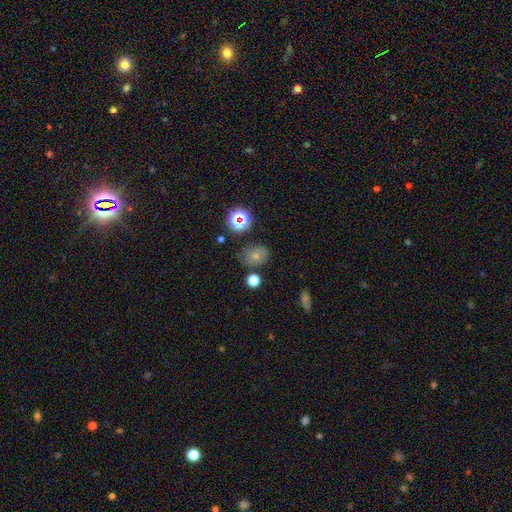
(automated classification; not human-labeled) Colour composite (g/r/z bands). It shows a smooth galaxy with no disk features (62%) that is round (50%). Merging: none (64%).